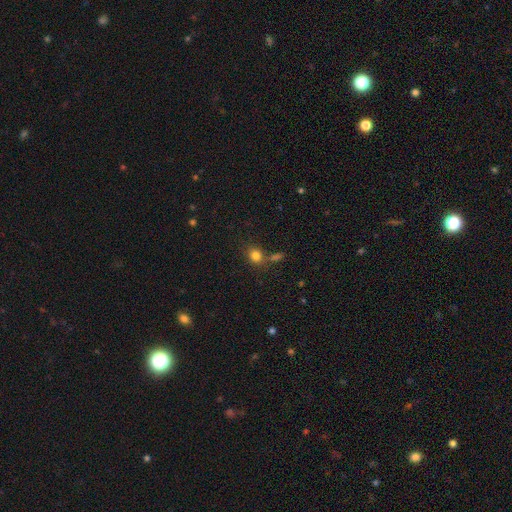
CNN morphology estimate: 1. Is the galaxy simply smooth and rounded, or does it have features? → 80% smooth, 13% star or artifact, 7% featured or disk.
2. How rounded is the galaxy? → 67% round, 32% in between, 1% cigar-shaped.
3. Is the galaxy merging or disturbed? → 68% none, 14% merger, 13% minor disturbance, 5% major disturbance.